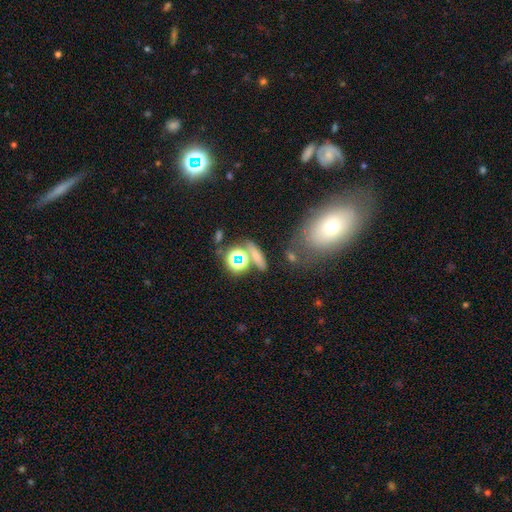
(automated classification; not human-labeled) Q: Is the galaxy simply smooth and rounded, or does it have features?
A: smooth — 60%.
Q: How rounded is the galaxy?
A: cigar-shaped — 43%.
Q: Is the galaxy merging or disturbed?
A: none — 66%.